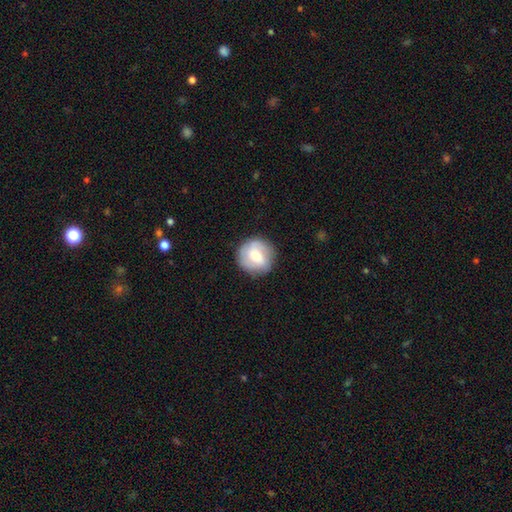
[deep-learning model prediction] smooth_or_featured: smooth (p=0.53) [alt: featured or disk p=0.40]
how_rounded: round (p=0.92) [alt: in between p=0.07]
merging: none (p=0.84) [alt: minor disturbance p=0.11]